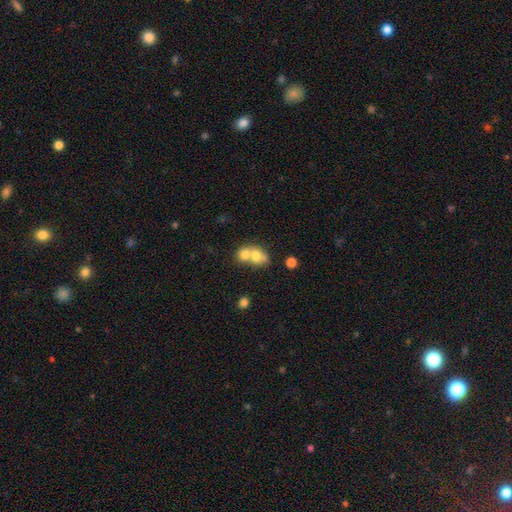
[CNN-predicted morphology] Smooth or featured: smooth — 68% (featured or disk — 22%)
How rounded: round — 50% (in between — 48%)
Merging: merger — 72% (none — 19%)